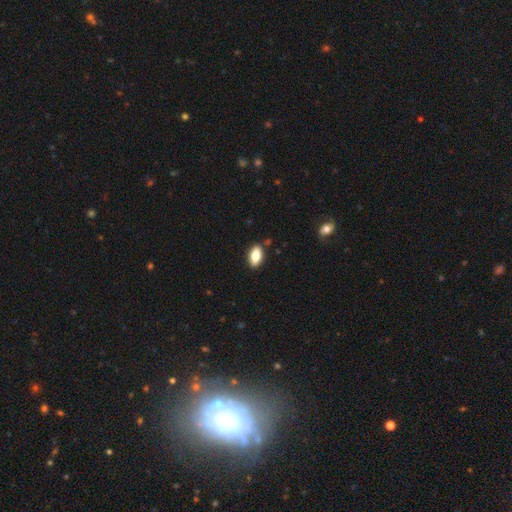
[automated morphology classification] This is likely a smooth galaxy (77%). How rounded: clearly in between (89%). Merging: clearly none (87%).